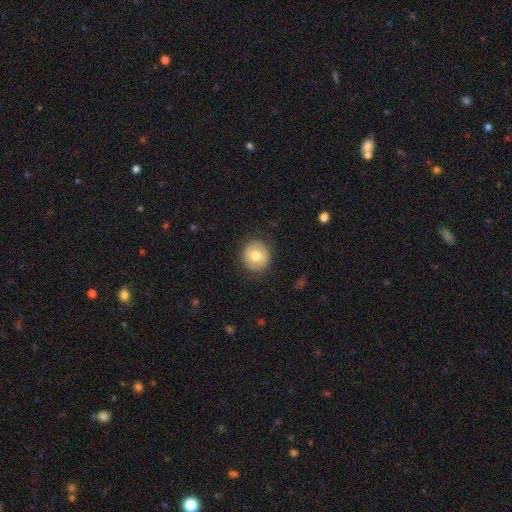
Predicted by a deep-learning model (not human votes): smooth-or-featured: smooth: 74% | featured or disk: 19% | star or artifact: 7%
  how-rounded: round: 88% | in between: 11% | cigar-shaped: 1%
  merging: none: 87% | minor disturbance: 9% | major disturbance: 3% | merger: 1%